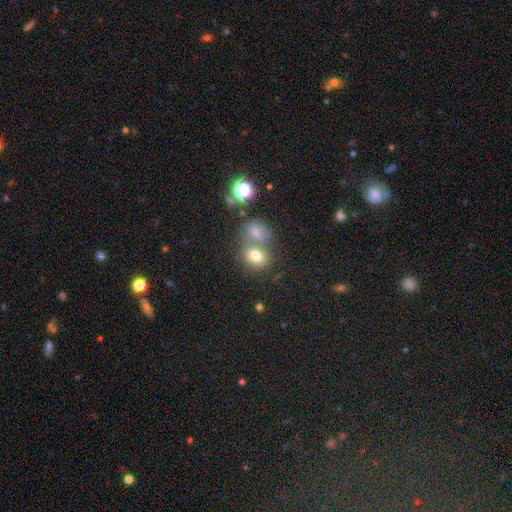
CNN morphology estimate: This appears to be a smooth galaxy with no disk features (72%) that is in between round and cigar-shaped (55%). Merging: merger (44%).